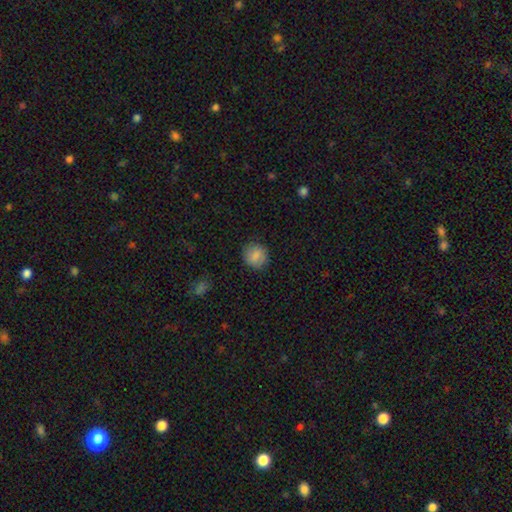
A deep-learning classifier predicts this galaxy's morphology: A smooth galaxy with no disk features (86%) that is round (89%).

Vote fractions:
- Smooth or featured? smooth: 86% / star or artifact: 8% / featured or disk: 6%
- How rounded? round: 89% / in between: 10% / cigar-shaped: 1%
- Merging? none: 89% / minor disturbance: 8% / major disturbance: 2% / merger: 1%